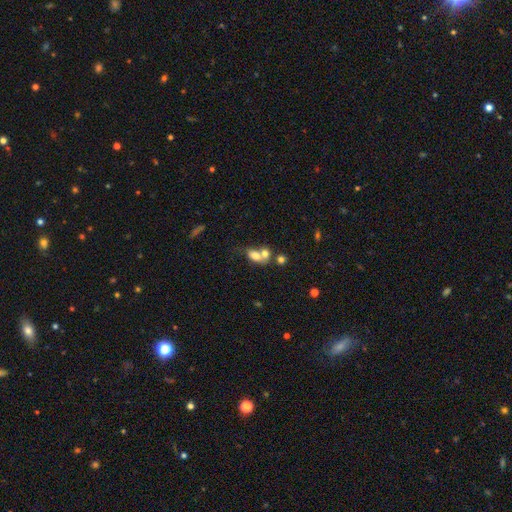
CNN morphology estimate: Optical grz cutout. It shows a smooth galaxy with no disk features (70%) that is in between round and cigar-shaped (70%). Merging: merger (60%).